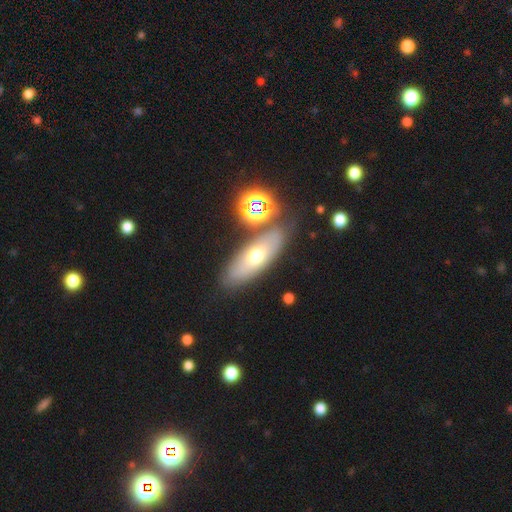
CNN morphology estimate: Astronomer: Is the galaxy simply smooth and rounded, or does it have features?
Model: smooth — 53% (runner-up: featured or disk, 33%).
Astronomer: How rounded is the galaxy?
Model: in between — 64%.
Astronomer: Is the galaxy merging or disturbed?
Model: none — 77%.